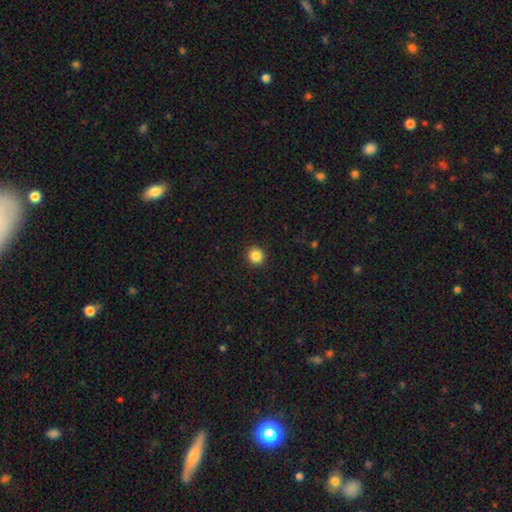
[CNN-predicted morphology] smooth_or_featured: smooth (p=0.86) [alt: star or artifact p=0.11]
how_rounded: round (p=0.91) [alt: in between p=0.08]
merging: none (p=0.93) [alt: minor disturbance p=0.05]